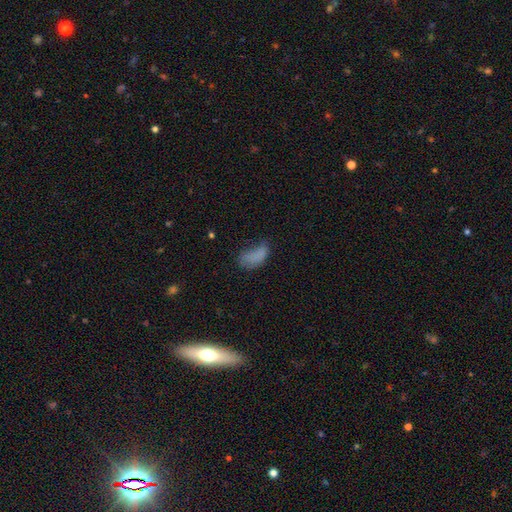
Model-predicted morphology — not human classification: smooth-or-featured: smooth: 72% | featured or disk: 14% | star or artifact: 14%
  how-rounded: in between: 90% | round: 5% | cigar-shaped: 5%
  merging: major disturbance: 34% | minor disturbance: 31% | none: 30% | merger: 5%